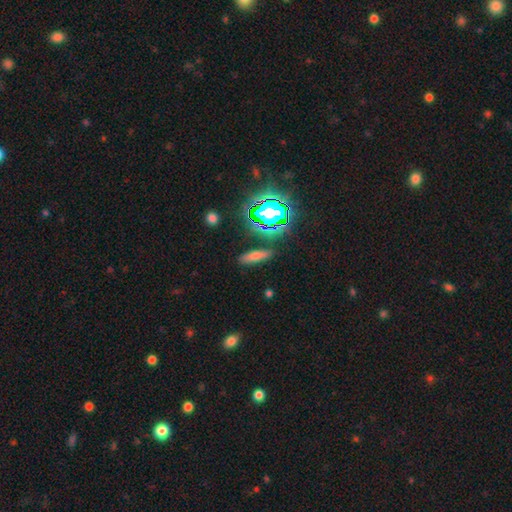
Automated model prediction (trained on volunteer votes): Smooth or featured: smooth — 65% (star or artifact — 21%)
How rounded: cigar-shaped — 58% (in between — 37%)
Merging: none — 84% (minor disturbance — 10%)